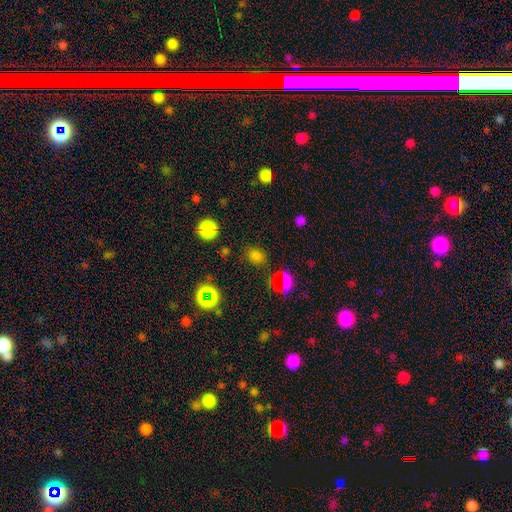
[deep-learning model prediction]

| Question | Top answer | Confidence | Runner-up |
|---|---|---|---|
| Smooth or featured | smooth | 65% | star or artifact (30%) |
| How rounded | in between | 52% | round (47%) |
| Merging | none | 80% | minor disturbance (12%) |